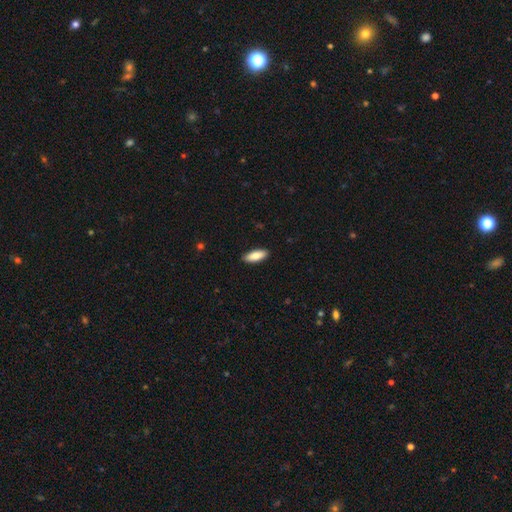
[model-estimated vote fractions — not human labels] This appears to be a smooth galaxy with no disk features (84%) that is in between round and cigar-shaped (70%). Merging: none (90%).